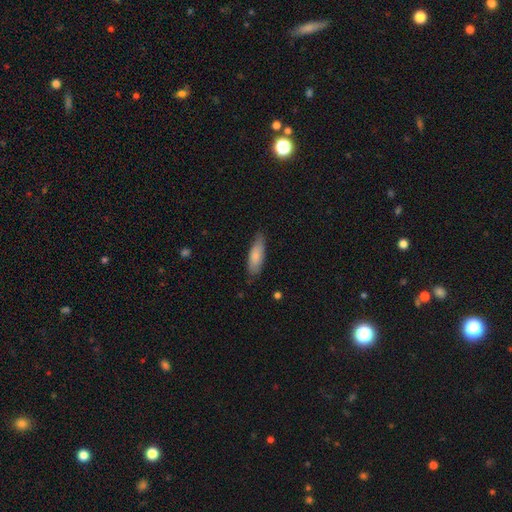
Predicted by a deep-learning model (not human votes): A smooth galaxy with no disk features (81%) that is in between round and cigar-shaped (55%).

Vote fractions:
- Smooth or featured? smooth: 81% / featured or disk: 13% / star or artifact: 6%
- How rounded? in between: 55% / cigar-shaped: 44% / round: 2%
- Merging? none: 75% / minor disturbance: 21% / major disturbance: 3% / merger: 1%